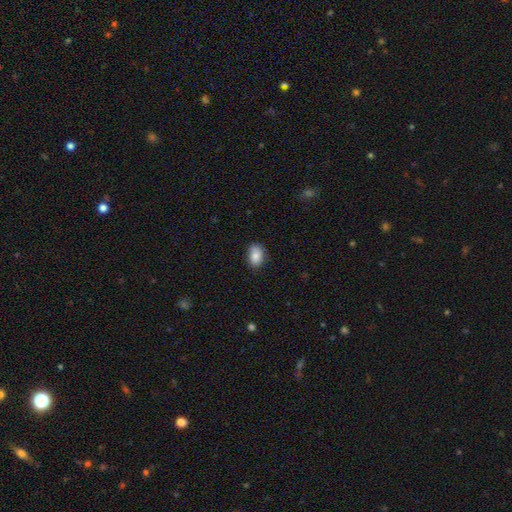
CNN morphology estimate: smooth 83%, featured or disk 9%, star or artifact 8%. Down the decision tree: how rounded — in between (83%); merging — none (81%).